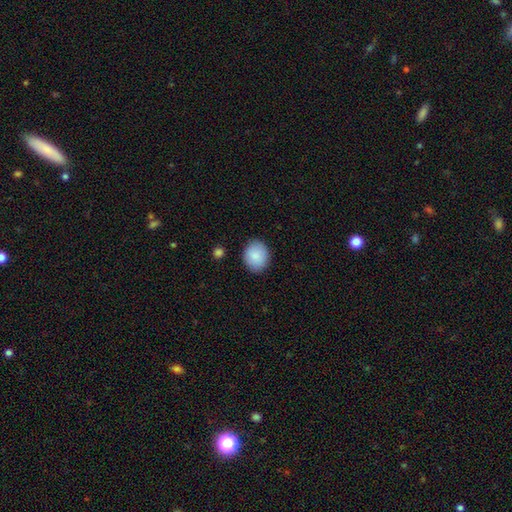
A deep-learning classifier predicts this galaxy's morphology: This appears to be a smooth galaxy with no disk features (88%) that is round (60%). Merging: none (86%).